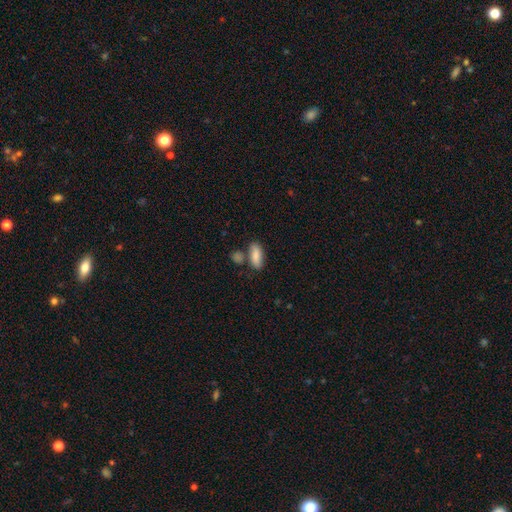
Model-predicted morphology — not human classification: Smooth or featured? smooth (84%)
How rounded? in between (79%)
Merging? none (65%)